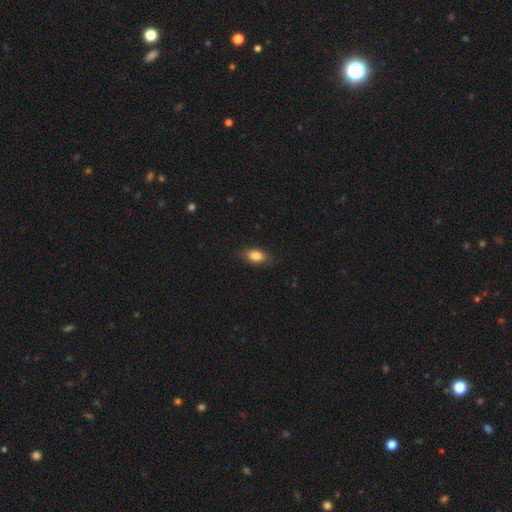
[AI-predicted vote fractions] This is clearly a smooth galaxy (84%). How rounded: clearly in between (86%). Merging: clearly none (84%).